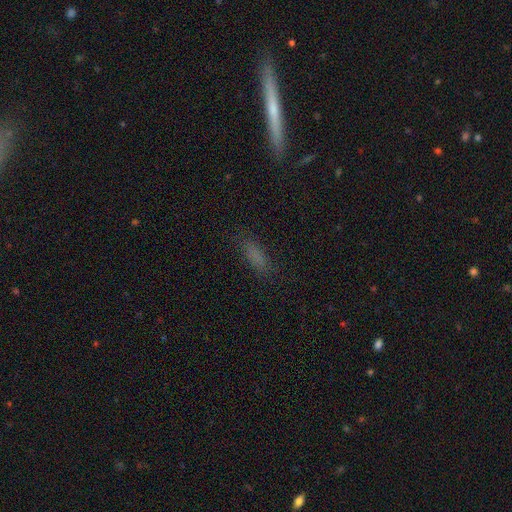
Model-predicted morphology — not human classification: type=smooth (75%); roundness=cigar-shaped (50%); merging=none (80%).